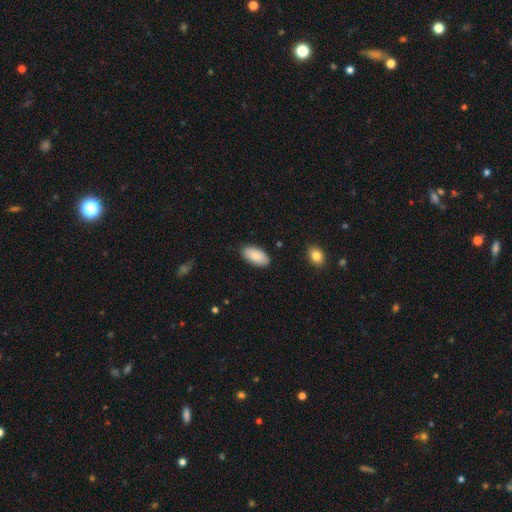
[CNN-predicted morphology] This appears to be a smooth galaxy with no disk features (86%) that is in between round and cigar-shaped (94%). Merging: none (86%).